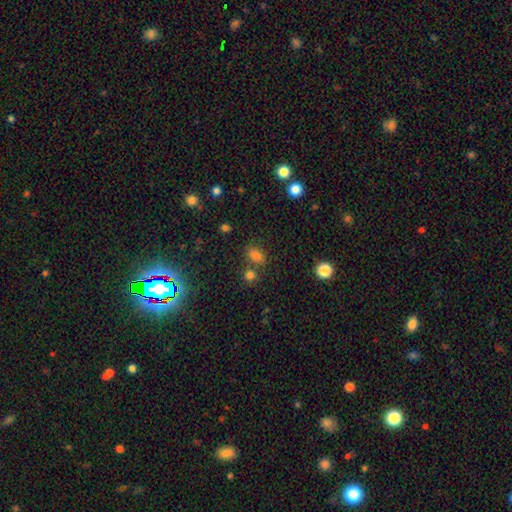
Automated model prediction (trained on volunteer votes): smooth 75%, star or artifact 18%, featured or disk 8%. Down the decision tree: how rounded — in between (76%); merging — none (68%).